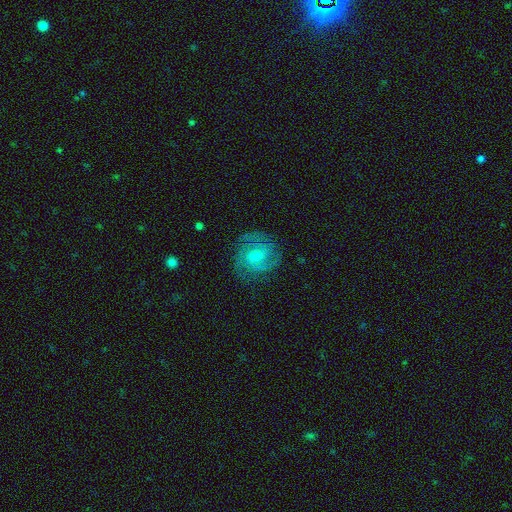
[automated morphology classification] Overall: featured or disk (79%). Edge-on disk: no (98%). Bar: weak (46%; no 43%). Spiral arms: yes (94%). Spiral arm count: 2 (45%; 3 25%). Spiral winding: tight (46%; medium 43%). Bulge size: small (57%; moderate 39%). Merging: none (76%).